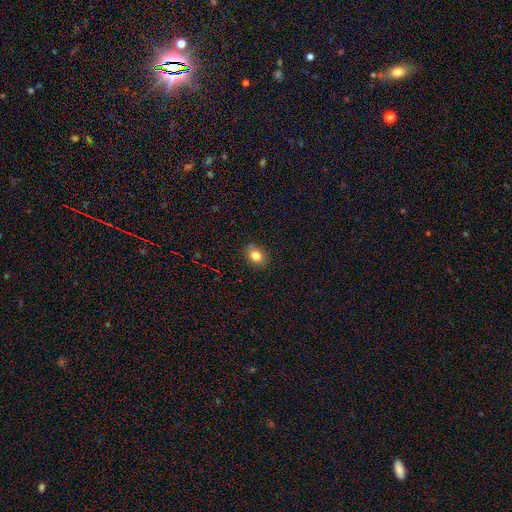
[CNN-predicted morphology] Smooth or featured? Predicted: smooth (p=0.81). How rounded? Predicted: in between (p=0.62). Merging? Predicted: none (p=0.87).